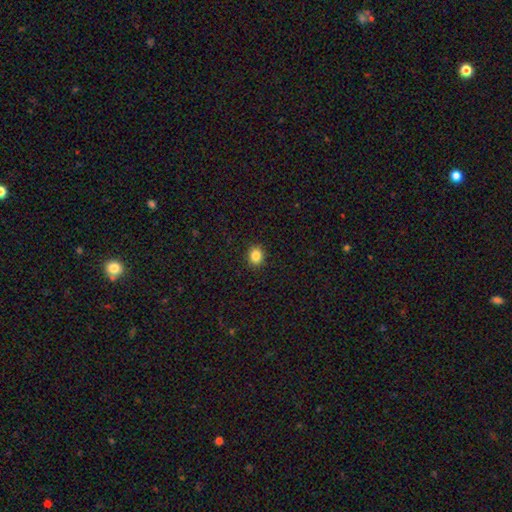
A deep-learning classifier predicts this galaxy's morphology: Smooth or featured: smooth — 85% (star or artifact — 11%)
How rounded: round — 69% (in between — 30%)
Merging: none — 91% (minor disturbance — 6%)